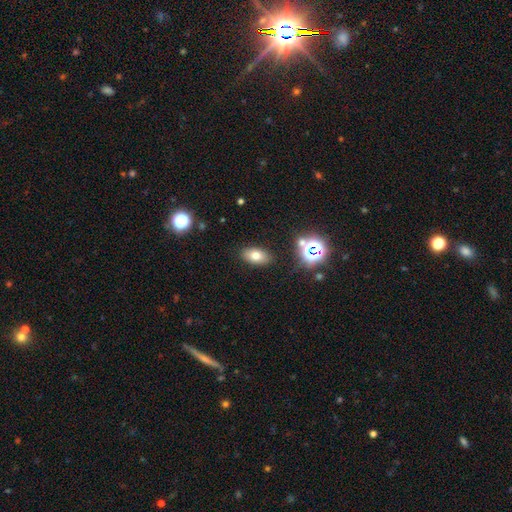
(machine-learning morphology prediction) type=smooth (72%); roundness=in between (88%); merging=none (86%).